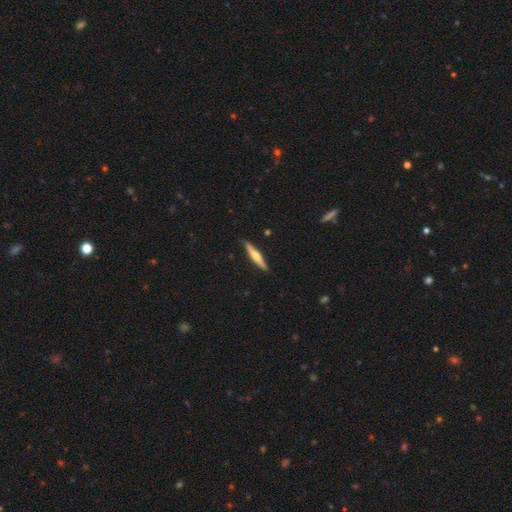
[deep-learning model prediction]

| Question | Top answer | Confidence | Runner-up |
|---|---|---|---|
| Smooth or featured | featured or disk | 51% | smooth (43%) |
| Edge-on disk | yes | 96% | no (4%) |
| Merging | none | 88% | minor disturbance (9%) |